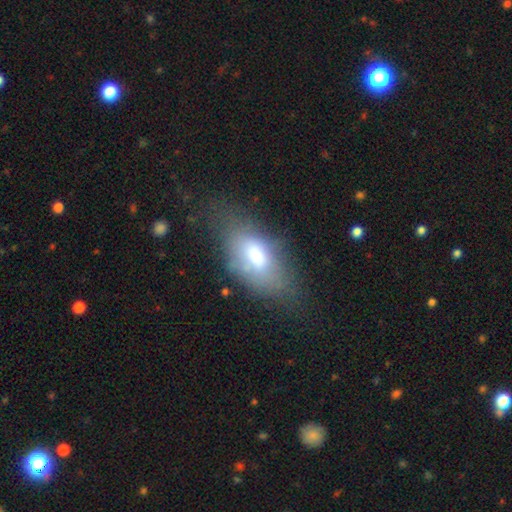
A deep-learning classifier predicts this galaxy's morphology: smooth_or_featured: smooth (p=0.65) [alt: featured or disk p=0.25]
how_rounded: in between (p=0.87) [alt: cigar-shaped p=0.08]
merging: none (p=0.50) [alt: minor disturbance p=0.27]